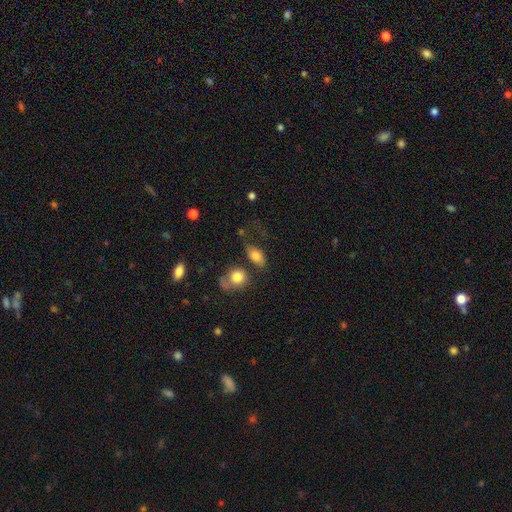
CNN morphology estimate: smooth_or_featured: smooth (p=0.79) [alt: featured or disk p=0.13]
how_rounded: in between (p=0.84) [alt: round p=0.13]
merging: none (p=0.53) [alt: minor disturbance p=0.21]